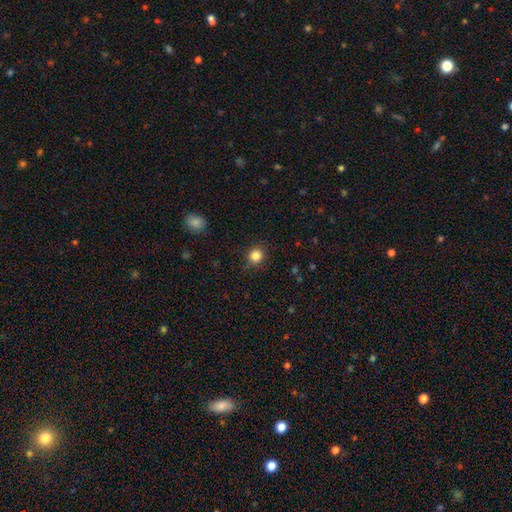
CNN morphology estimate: The model was most divided on "smooth or featured": smooth: 84%, star or artifact: 12%, featured or disk: 4%. More confident: merging — none (88%); how rounded — round (88%).